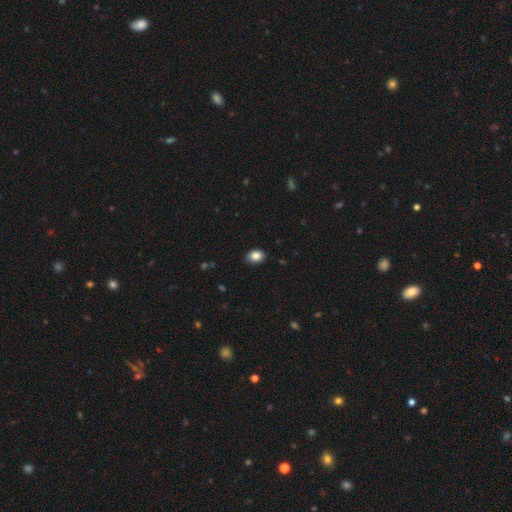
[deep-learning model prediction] Smooth or featured? smooth (86%)
How rounded? in between (67%)
Merging? none (85%)